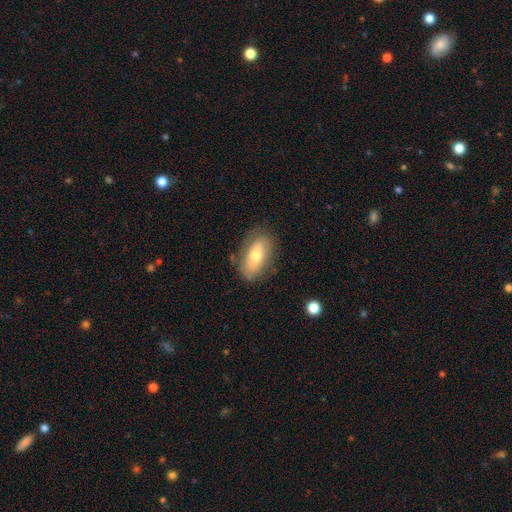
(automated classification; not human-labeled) Q: Smooth or featured?
A: smooth (62%); runner-up: featured or disk (31%)
Q: How rounded?
A: in between (88%); runner-up: cigar-shaped (7%)
Q: Merging?
A: none (78%); runner-up: minor disturbance (16%)